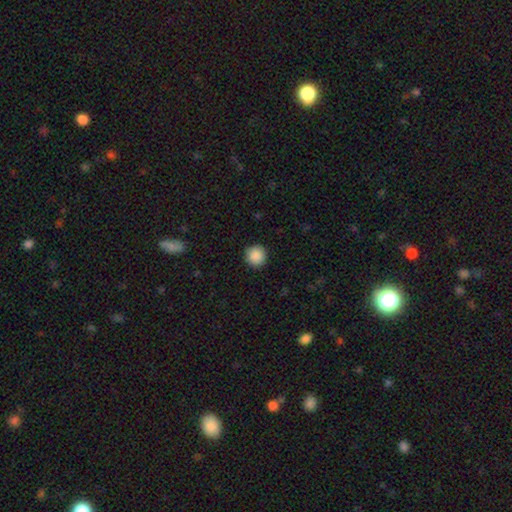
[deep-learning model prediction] Smooth or featured? Predicted: smooth (p=0.89). How rounded? Predicted: round (p=0.95). Merging? Predicted: none (p=0.92).